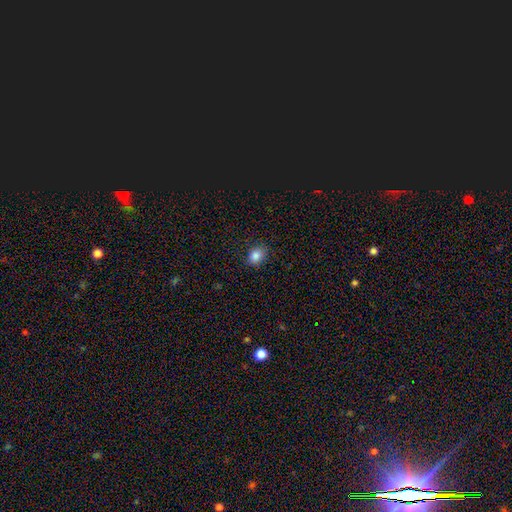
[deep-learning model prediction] This is clearly a smooth galaxy (85%). How rounded: possibly in between (57%). Merging: clearly none (86%).